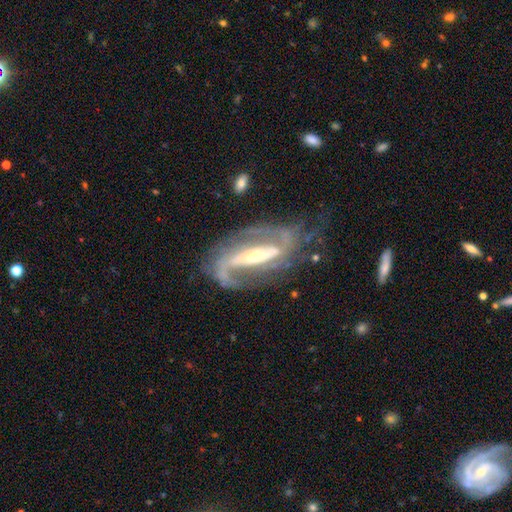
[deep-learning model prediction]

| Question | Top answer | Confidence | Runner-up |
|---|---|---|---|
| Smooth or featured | featured or disk | 90% | smooth (5%) |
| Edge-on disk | no | 92% | yes (8%) |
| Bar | strong | 69% | weak (19%) |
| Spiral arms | yes | 96% | no (4%) |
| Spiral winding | medium | 47% | loose (28%) |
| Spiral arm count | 2 | 88% | can't tell (4%) |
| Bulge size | small | 49% | moderate (44%) |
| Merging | none | 63% | minor disturbance (20%) |